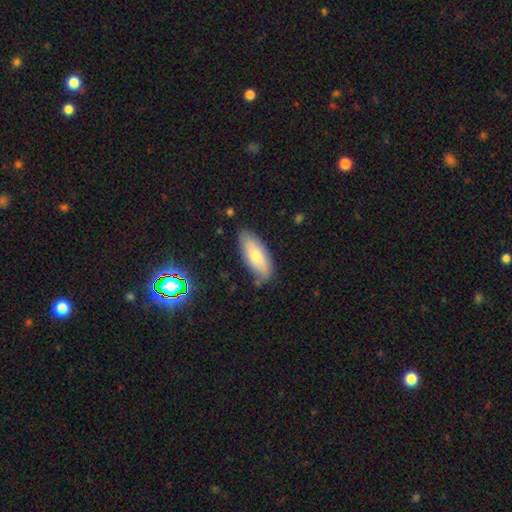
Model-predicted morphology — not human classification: smooth 68%, featured or disk 24%, star or artifact 8%. Down the decision tree: how rounded — in between (79%); merging — none (79%).